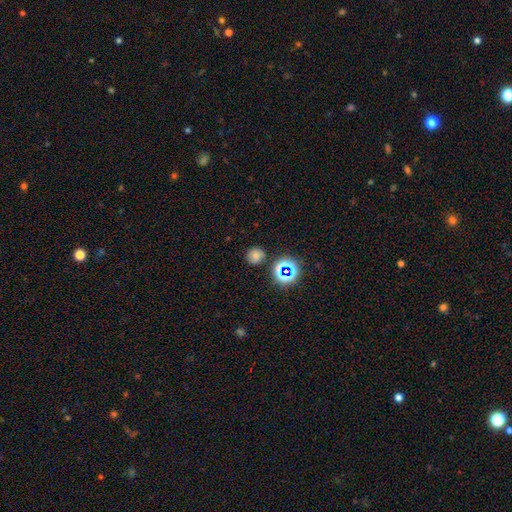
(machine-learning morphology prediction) smooth-or-featured: smooth: 65% | star or artifact: 24% | featured or disk: 11%
  how-rounded: round: 84% | in between: 15% | cigar-shaped: 1%
  merging: none: 81% | minor disturbance: 12% | major disturbance: 4% | merger: 3%